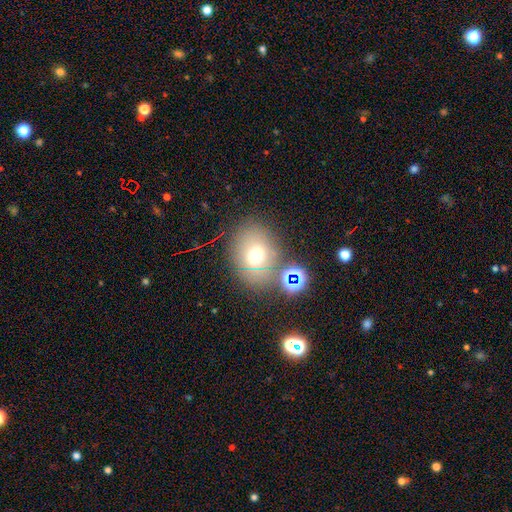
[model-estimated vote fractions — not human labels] Smooth or featured: smooth — 64% (star or artifact — 19%)
How rounded: in between — 50% (round — 48%)
Merging: none — 69% (minor disturbance — 14%)